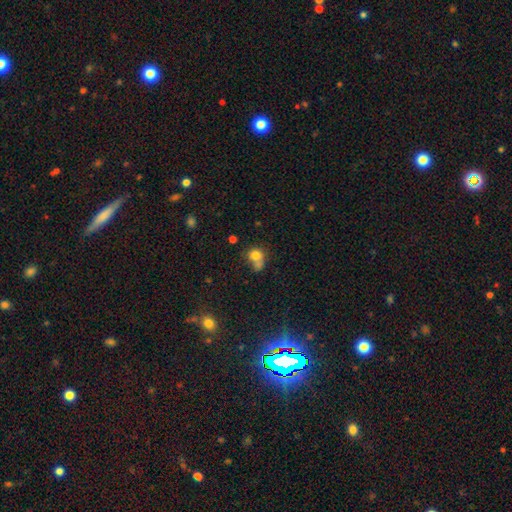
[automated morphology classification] Smooth or featured? Predicted: smooth (p=0.76). How rounded? Predicted: round (p=0.68). Merging? Predicted: merger (p=0.36, tied with none).